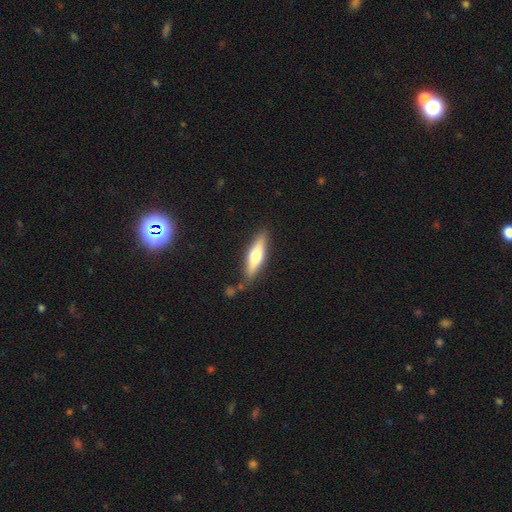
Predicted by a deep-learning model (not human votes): Smooth or featured: smooth — 55% (featured or disk — 40%)
How rounded: cigar-shaped — 70% (in between — 28%)
Merging: none — 83% (minor disturbance — 11%)